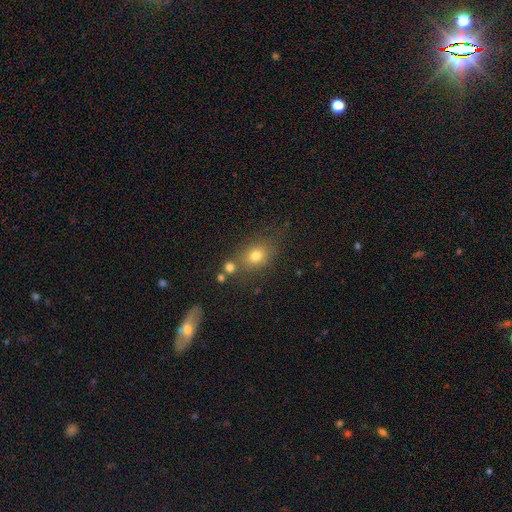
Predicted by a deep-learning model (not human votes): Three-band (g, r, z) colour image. It shows a smooth galaxy with no disk features (76%) that is round (53%). Merging: none (65%).